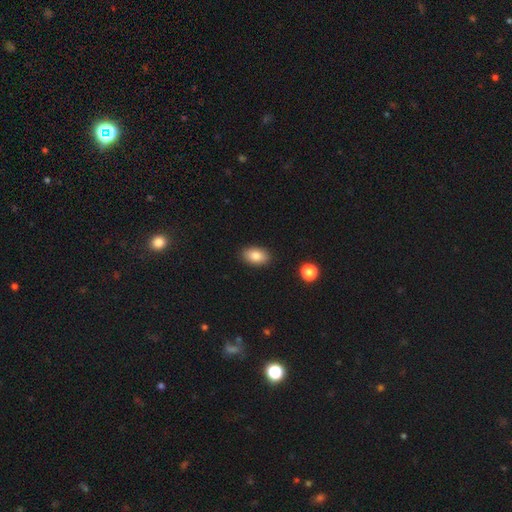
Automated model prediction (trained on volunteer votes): This appears to be a smooth galaxy with no disk features (85%) that is in between round and cigar-shaped (90%). Merging: none (89%).